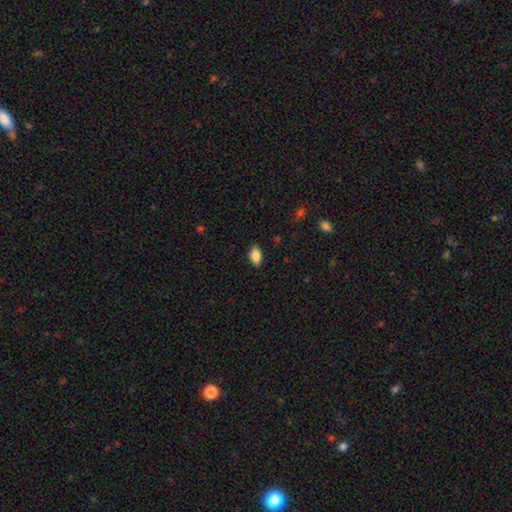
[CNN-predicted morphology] type=smooth (85%); roundness=in between (91%); merging=none (87%).